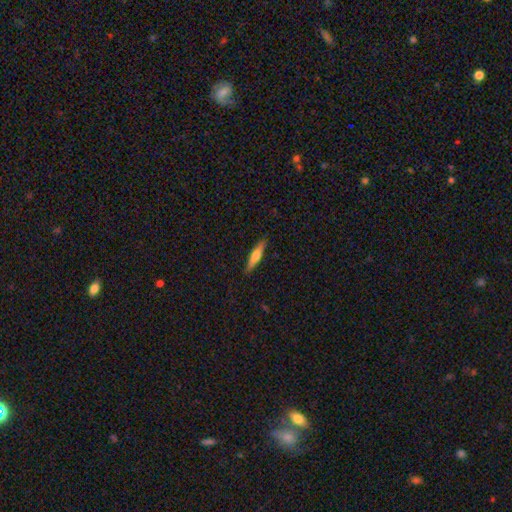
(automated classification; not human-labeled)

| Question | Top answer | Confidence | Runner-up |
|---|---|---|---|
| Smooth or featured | smooth | 56% | featured or disk (39%) |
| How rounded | cigar-shaped | 85% | in between (13%) |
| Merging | none | 89% | minor disturbance (8%) |